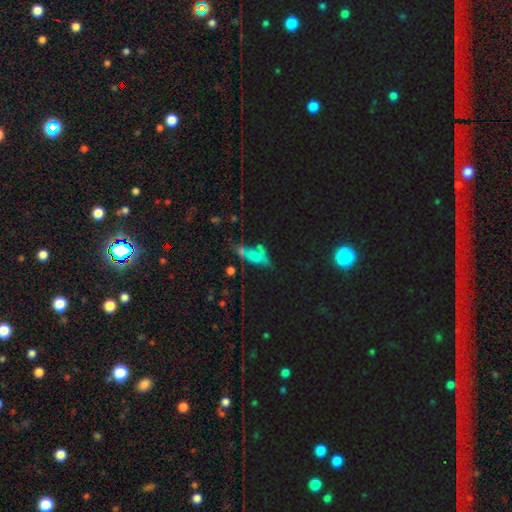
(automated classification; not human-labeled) smooth-or-featured: smooth: 42% | star or artifact: 33% | featured or disk: 24%
  merging: none: 29% | major disturbance: 27% | merger: 25% | minor disturbance: 19%